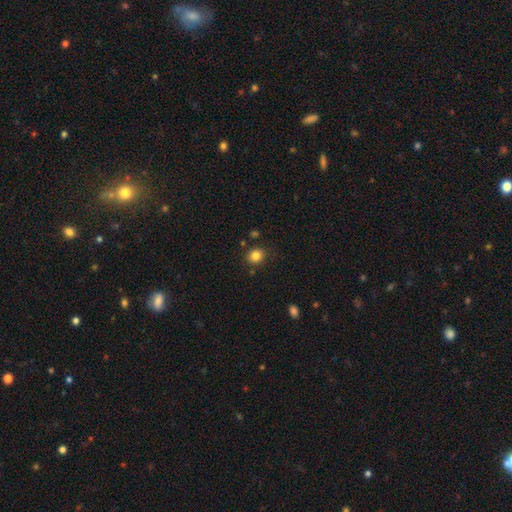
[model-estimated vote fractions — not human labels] smooth_or_featured: smooth (p=0.83) [alt: star or artifact p=0.11]
how_rounded: round (p=0.74) [alt: in between p=0.25]
merging: none (p=0.84) [alt: minor disturbance p=0.10]